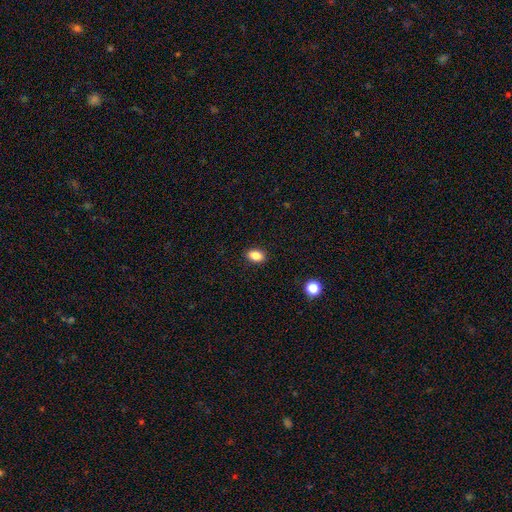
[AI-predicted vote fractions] smooth_or_featured: smooth (p=0.86) [alt: star or artifact p=0.10]
how_rounded: in between (p=0.84) [alt: round p=0.15]
merging: none (p=0.90) [alt: minor disturbance p=0.07]